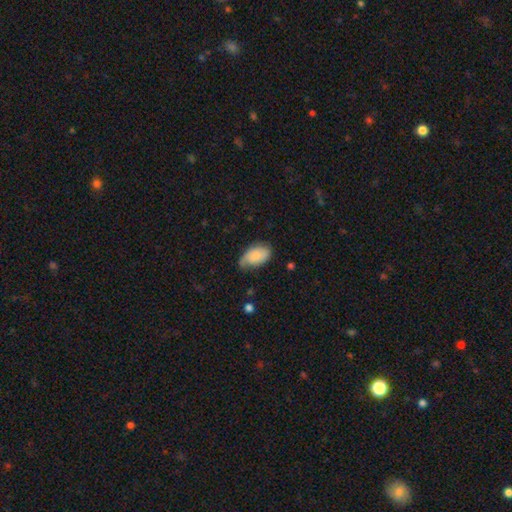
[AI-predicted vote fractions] Overall: smooth (72%). How rounded: in between (93%). Merging: none (51%; minor disturbance 36%).